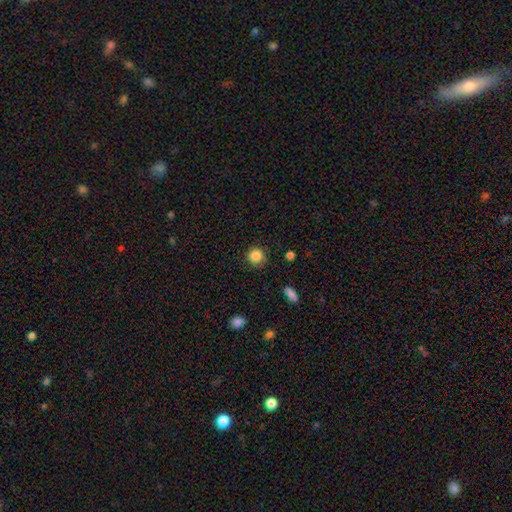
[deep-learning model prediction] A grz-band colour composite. It shows a smooth galaxy with no disk features (86%) that is round (93%). Merging: none (86%).